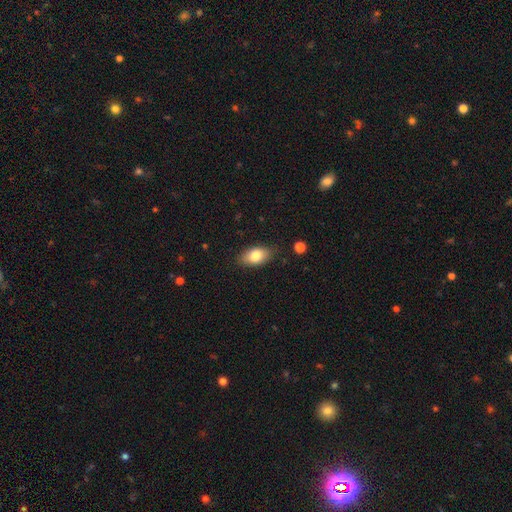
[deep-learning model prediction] Overall: smooth (80%). How rounded: in between (90%). Merging: none (84%).